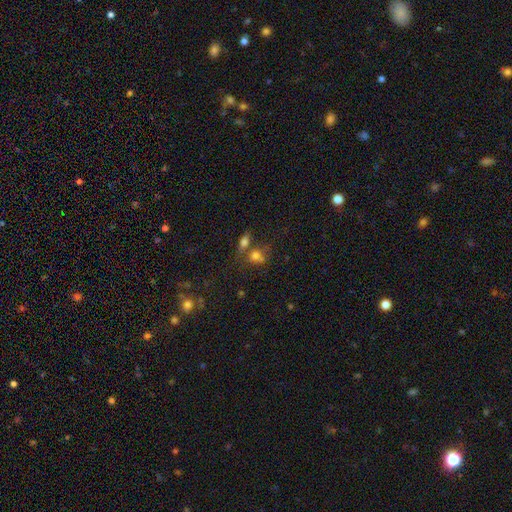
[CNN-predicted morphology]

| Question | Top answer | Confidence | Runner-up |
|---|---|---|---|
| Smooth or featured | smooth | 73% | star or artifact (14%) |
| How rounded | round | 55% | in between (42%) |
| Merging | merger | 41% | none (40%) |